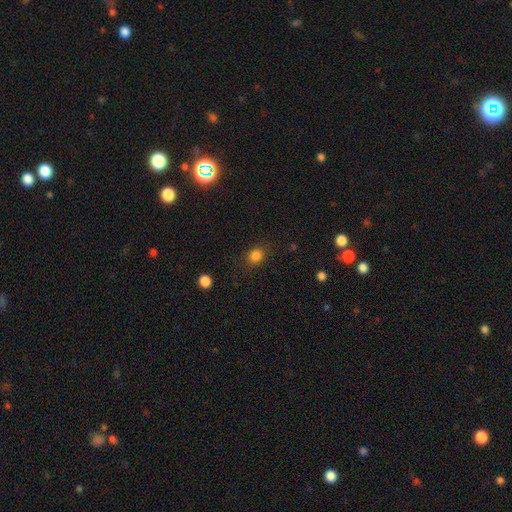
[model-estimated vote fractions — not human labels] Overall: smooth (83%). How rounded: round (75%). Merging: none (82%).